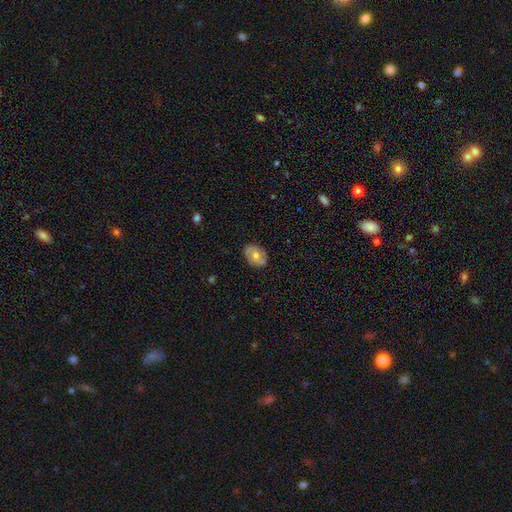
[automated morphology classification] Smooth or featured? Predicted: smooth (p=0.49). Merging? Predicted: none (p=0.83).